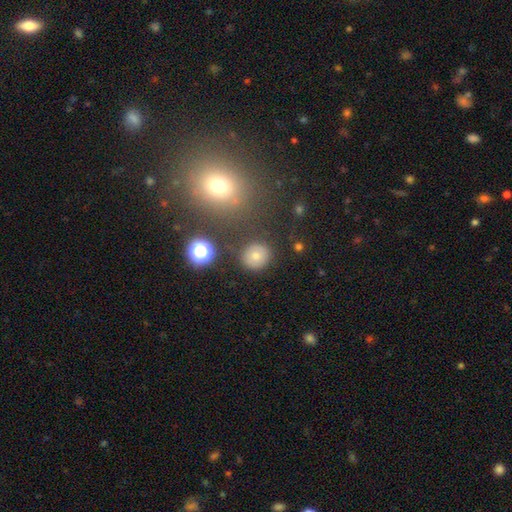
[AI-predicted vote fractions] The model was most divided on "smooth or featured": smooth: 75%, star or artifact: 15%, featured or disk: 10%. More confident: how rounded — round (86%); merging — none (84%).